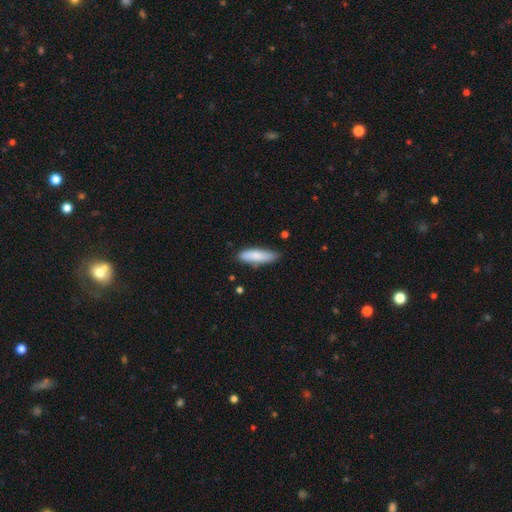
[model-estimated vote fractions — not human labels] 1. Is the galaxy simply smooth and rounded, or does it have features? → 82% smooth, 12% featured or disk, 6% star or artifact.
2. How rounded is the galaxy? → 61% cigar-shaped, 37% in between, 2% round.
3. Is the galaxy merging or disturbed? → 77% none, 18% minor disturbance, 3% major disturbance, 2% merger.